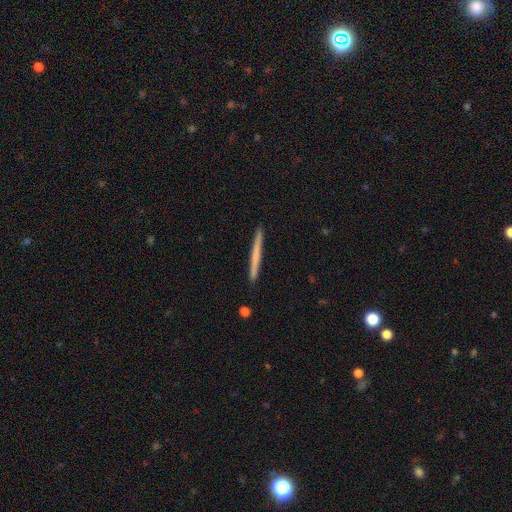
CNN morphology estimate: Q: Smooth or featured?
A: smooth (57%); runner-up: featured or disk (37%)
Q: How rounded?
A: cigar-shaped (97%); runner-up: in between (1%)
Q: Merging?
A: none (93%); runner-up: minor disturbance (5%)